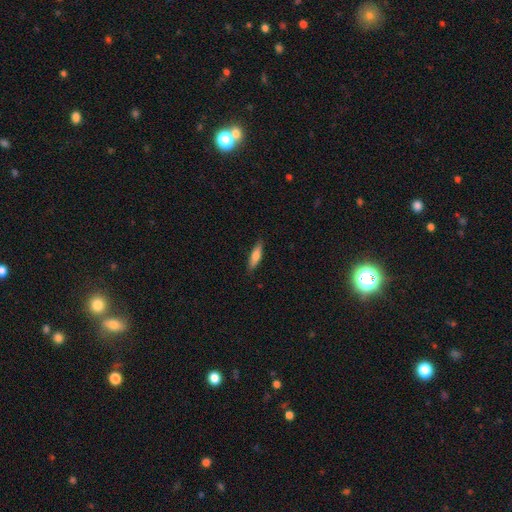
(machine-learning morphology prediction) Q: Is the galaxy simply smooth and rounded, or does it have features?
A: smooth — 72%.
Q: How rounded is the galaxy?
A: cigar-shaped — 69%.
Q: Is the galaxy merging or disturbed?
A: none — 86%.